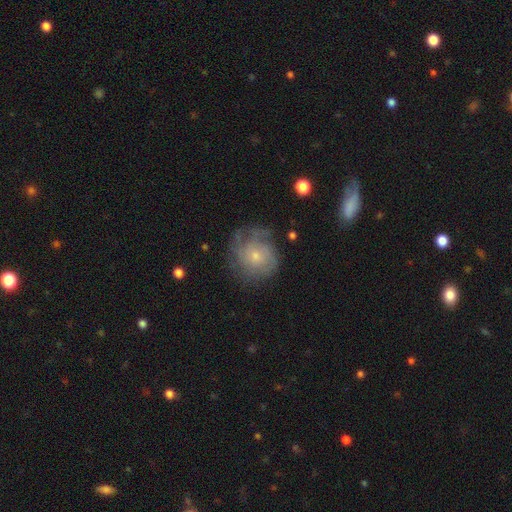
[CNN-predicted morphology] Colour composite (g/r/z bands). It shows a featured or disk galaxy (55%) with no bar (83%), spiral arms (75%) and a small central bulge (66%). Merging: none (59%).